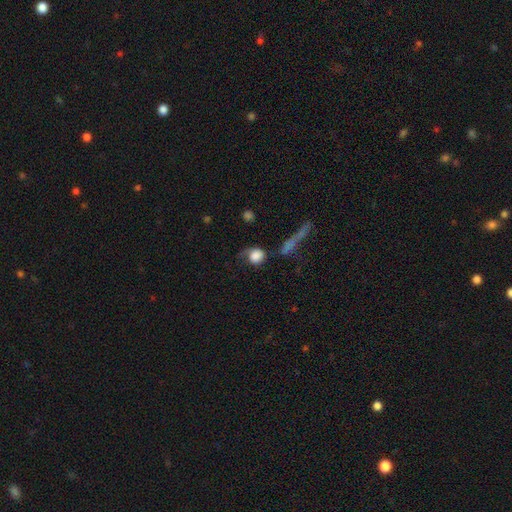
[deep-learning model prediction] This is likely a smooth galaxy (70%). How rounded: likely round (75%). Merging: marginally none (36%).